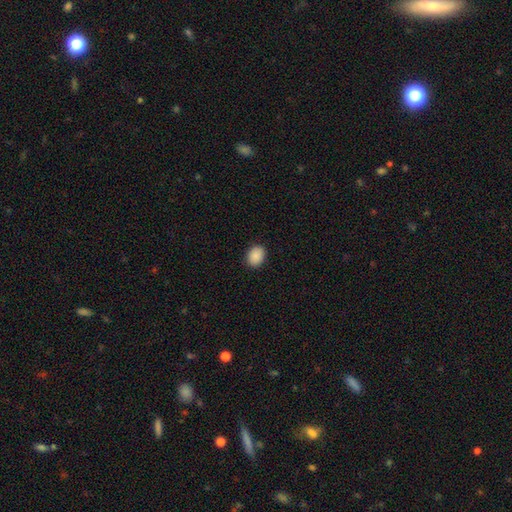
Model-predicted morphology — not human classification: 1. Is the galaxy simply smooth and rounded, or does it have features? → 90% smooth, 8% star or artifact, 3% featured or disk.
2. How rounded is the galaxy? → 58% in between, 42% round, 1% cigar-shaped.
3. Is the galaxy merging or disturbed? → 90% none, 7% minor disturbance, 2% major disturbance, 1% merger.